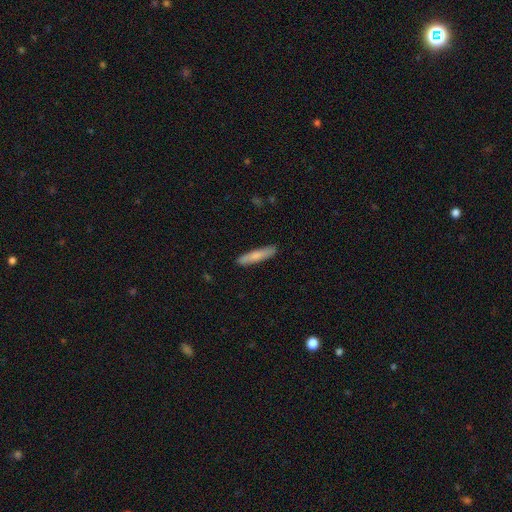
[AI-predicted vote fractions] This appears to be a smooth galaxy with no disk features (74%) that is cigar-shaped (89%). Merging: none (88%).